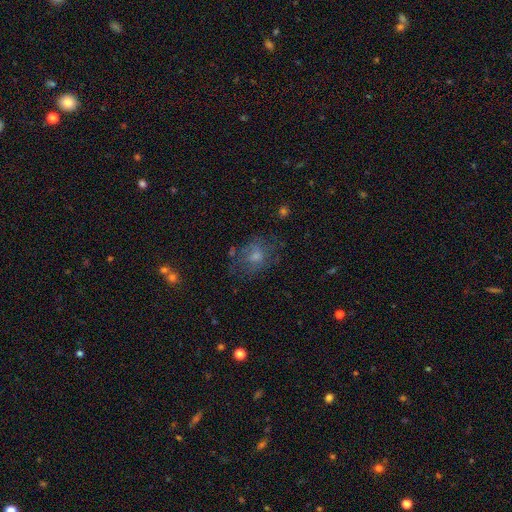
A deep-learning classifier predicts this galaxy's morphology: Smooth or featured?
  - smooth: 46% *
  - featured or disk: 32%
  - star or artifact: 22%
Merging?
  - none: 66% *
  - minor disturbance: 20%
  - major disturbance: 12%
  - merger: 3%